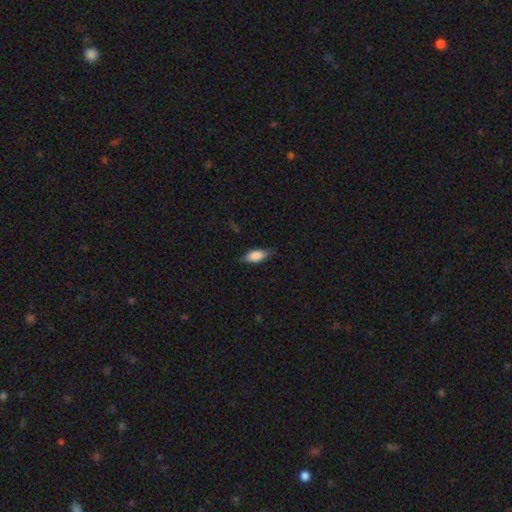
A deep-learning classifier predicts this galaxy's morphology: Smooth or featured? Predicted: smooth (p=0.79). How rounded? Predicted: in between (p=0.81). Merging? Predicted: none (p=0.77).